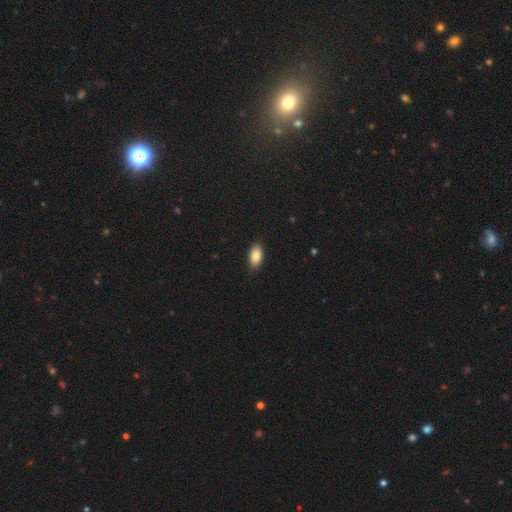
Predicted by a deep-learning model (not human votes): Smooth or featured?
  - smooth: 86% *
  - star or artifact: 8%
  - featured or disk: 7%
How rounded?
  - in between: 92% *
  - round: 5%
  - cigar-shaped: 3%
Merging?
  - none: 88% *
  - minor disturbance: 9%
  - major disturbance: 2%
  - merger: 1%